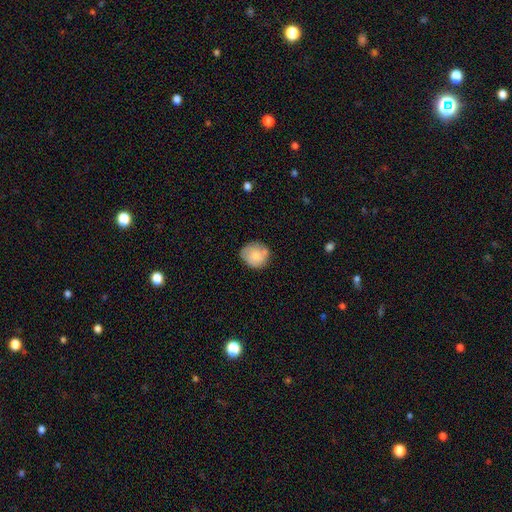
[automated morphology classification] This is likely a smooth galaxy (71%). How rounded: clearly round (81%). Merging: likely none (71%).